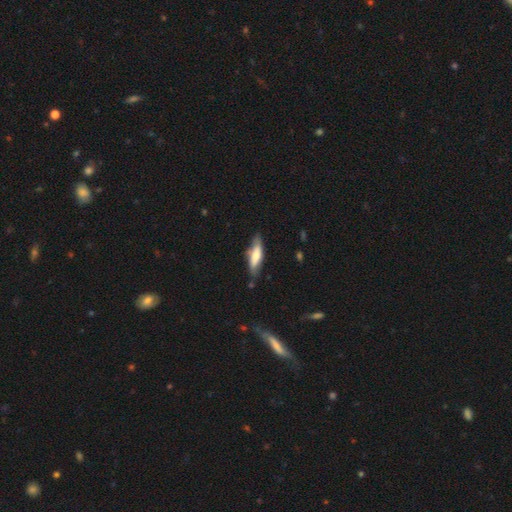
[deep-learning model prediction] smooth-or-featured: smooth: 60% | featured or disk: 34% | star or artifact: 6%
  how-rounded: cigar-shaped: 58% | in between: 40% | round: 2%
  merging: none: 69% | minor disturbance: 23% | major disturbance: 5% | merger: 4%